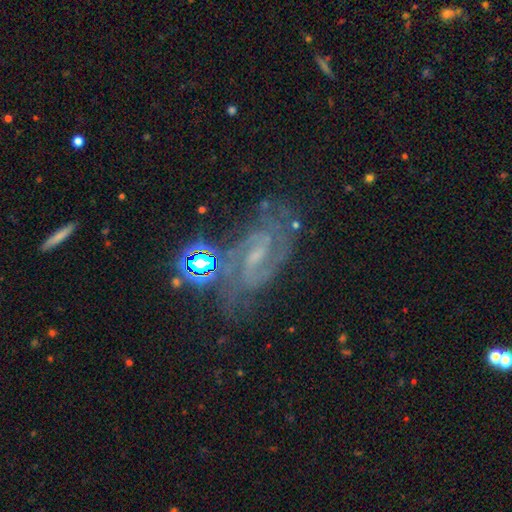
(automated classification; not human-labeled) Smooth or featured? featured or disk (83%)
Edge-on disk? no (96%)
Bar? weak (56%)
Spiral arms? yes (96%)
Spiral winding? medium (52%)
Spiral arm count? 2 (77%)
Bulge size? small (58%)
Merging? none (64%)